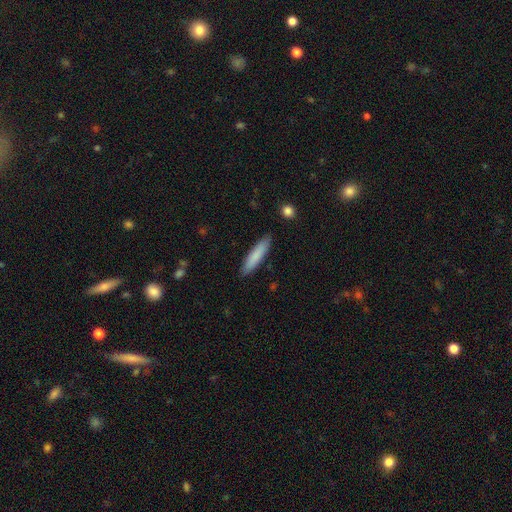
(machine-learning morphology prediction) A smooth galaxy with no disk features (82%) that is cigar-shaped (82%).

Vote fractions:
- Smooth or featured? smooth: 82% / featured or disk: 12% / star or artifact: 6%
- How rounded? cigar-shaped: 82% / in between: 17% / round: 1%
- Merging? none: 88% / minor disturbance: 9% / major disturbance: 2% / merger: 1%